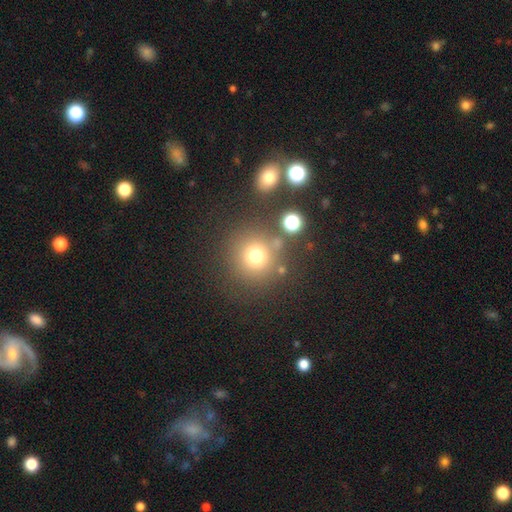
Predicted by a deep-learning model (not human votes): Q: Smooth or featured?
A: smooth (72%); runner-up: star or artifact (18%)
Q: How rounded?
A: round (93%); runner-up: in between (6%)
Q: Merging?
A: none (77%); runner-up: minor disturbance (9%)